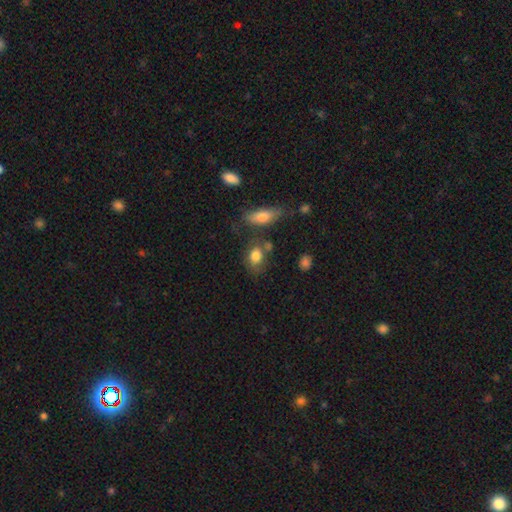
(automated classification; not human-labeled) smooth 80%, featured or disk 11%, star or artifact 9%. Down the decision tree: how rounded — in between (71%); merging — none (55%).